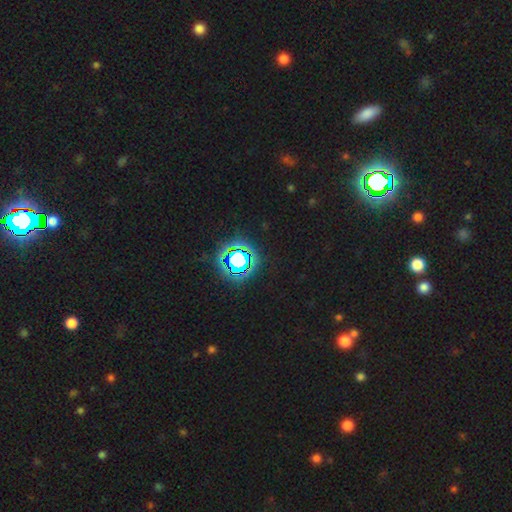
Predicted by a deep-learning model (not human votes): The model was most divided on "smooth or featured": star or artifact: 82%, smooth: 11%, featured or disk: 7%.